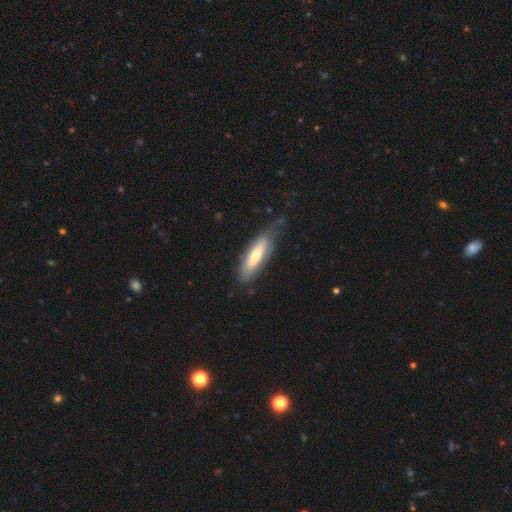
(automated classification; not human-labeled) smooth-or-featured: smooth: 50% | featured or disk: 44% | star or artifact: 6%
  merging: none: 59% | minor disturbance: 29% | major disturbance: 11% | merger: 2%